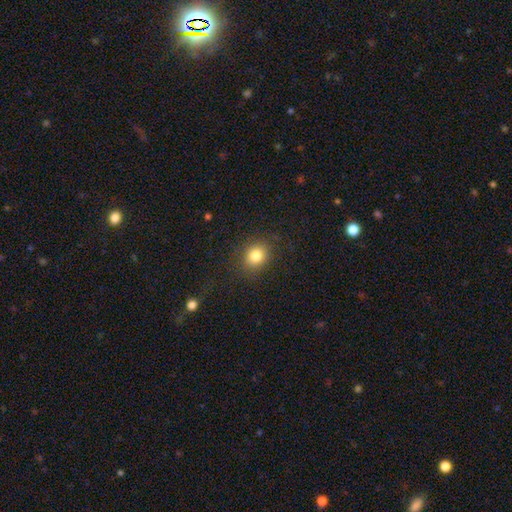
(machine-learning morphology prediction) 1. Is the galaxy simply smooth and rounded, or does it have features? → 82% smooth, 12% star or artifact, 7% featured or disk.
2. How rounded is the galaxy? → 74% round, 25% in between, 1% cigar-shaped.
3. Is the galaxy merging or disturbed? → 87% none, 8% minor disturbance, 4% major disturbance, 1% merger.